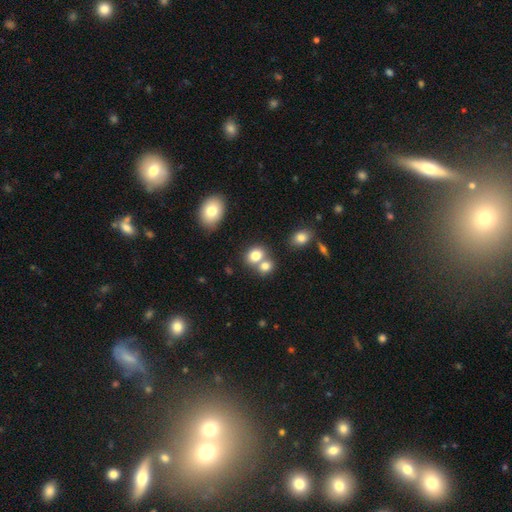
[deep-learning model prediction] Smooth or featured? Predicted: smooth (p=0.79). How rounded? Predicted: round (p=0.55). Merging? Predicted: merger (p=0.46).